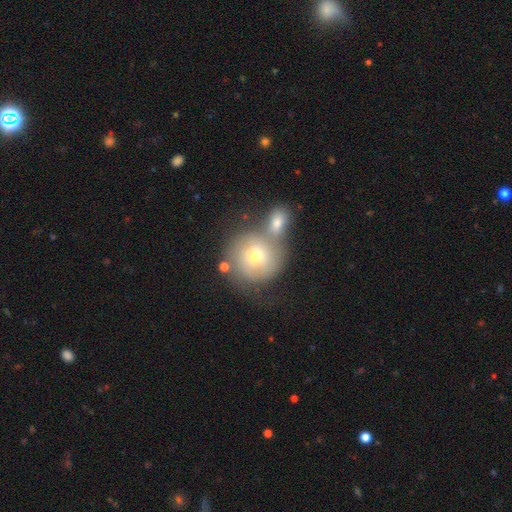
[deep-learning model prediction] A smooth galaxy with no disk features (58%) that is round (91%). Merging: merger (42%).